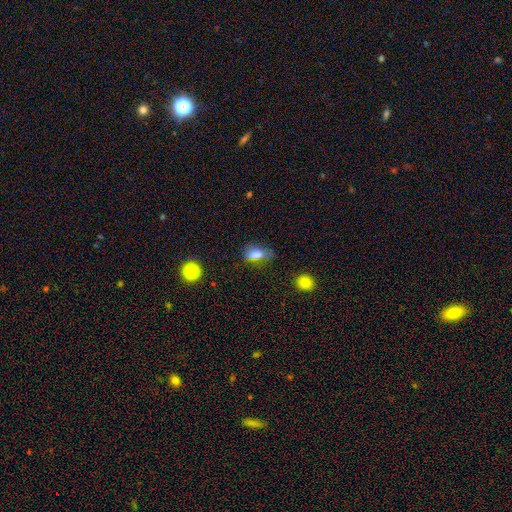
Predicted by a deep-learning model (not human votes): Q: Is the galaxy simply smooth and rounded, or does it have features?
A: smooth — 75%.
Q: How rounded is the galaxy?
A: in between — 81%.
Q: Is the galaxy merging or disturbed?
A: none — 48%.